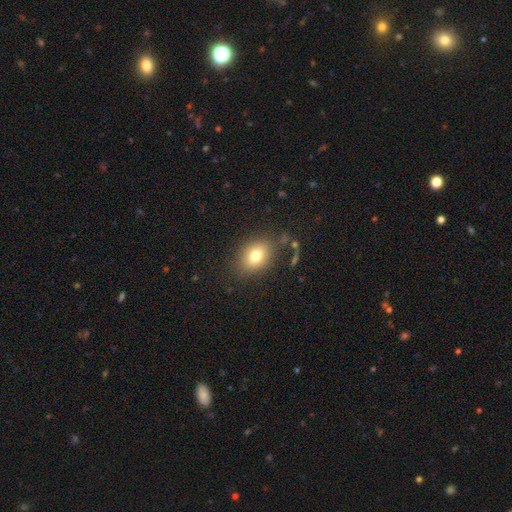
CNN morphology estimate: This is likely a smooth galaxy (77%). How rounded: possibly in between (57%). Merging: clearly none (81%).